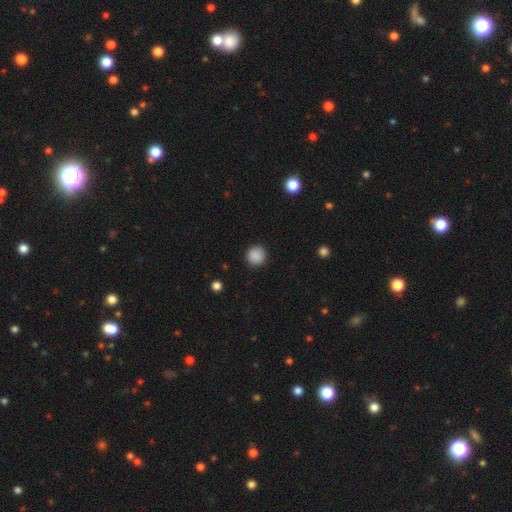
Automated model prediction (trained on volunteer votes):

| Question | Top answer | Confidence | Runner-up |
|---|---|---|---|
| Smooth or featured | smooth | 88% | star or artifact (9%) |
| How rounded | round | 94% | in between (5%) |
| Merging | none | 90% | minor disturbance (6%) |